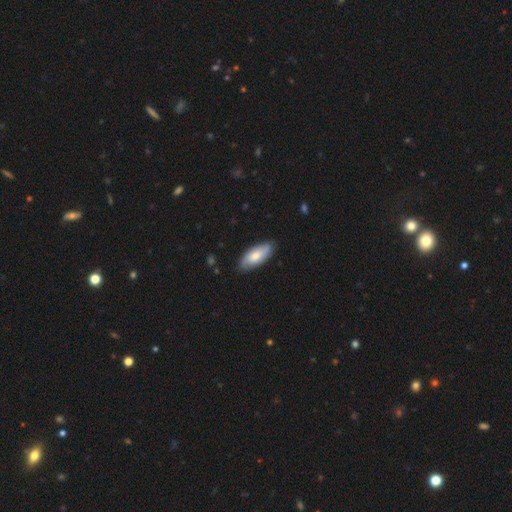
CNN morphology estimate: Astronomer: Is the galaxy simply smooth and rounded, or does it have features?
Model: smooth — 62%.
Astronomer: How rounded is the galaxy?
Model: in between — 84%.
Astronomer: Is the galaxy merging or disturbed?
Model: none — 82%.